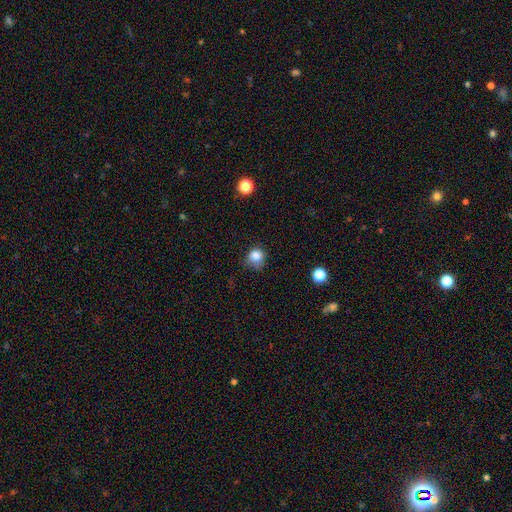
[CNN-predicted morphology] smooth-or-featured: smooth: 83% | star or artifact: 11% | featured or disk: 6%
  how-rounded: round: 81% | in between: 18% | cigar-shaped: 1%
  merging: none: 53% | minor disturbance: 32% | major disturbance: 12% | merger: 2%